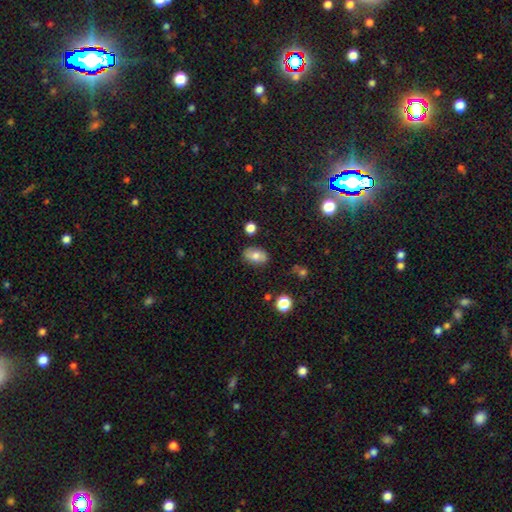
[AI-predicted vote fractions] A smooth galaxy with no disk features (73%) that is in between round and cigar-shaped (87%).

Vote fractions:
- Smooth or featured? smooth: 73% / featured or disk: 18% / star or artifact: 9%
- How rounded? in between: 87% / round: 11% / cigar-shaped: 2%
- Merging? none: 81% / minor disturbance: 13% / merger: 3% / major disturbance: 3%